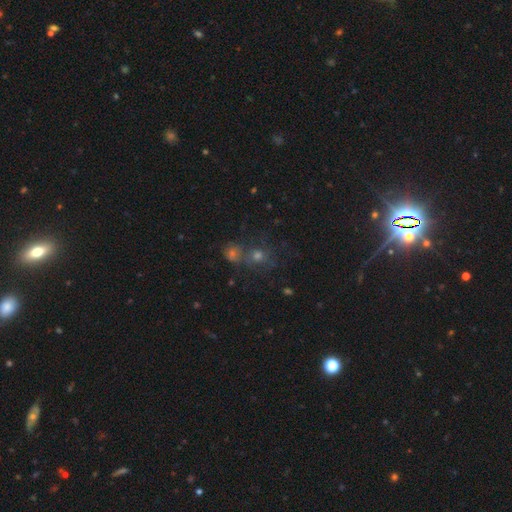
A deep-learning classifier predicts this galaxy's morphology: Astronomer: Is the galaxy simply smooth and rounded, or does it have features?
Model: smooth — 46% (runner-up: star or artifact, 38%).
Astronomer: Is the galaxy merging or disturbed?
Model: none — 48% (runner-up: merger, 38%).